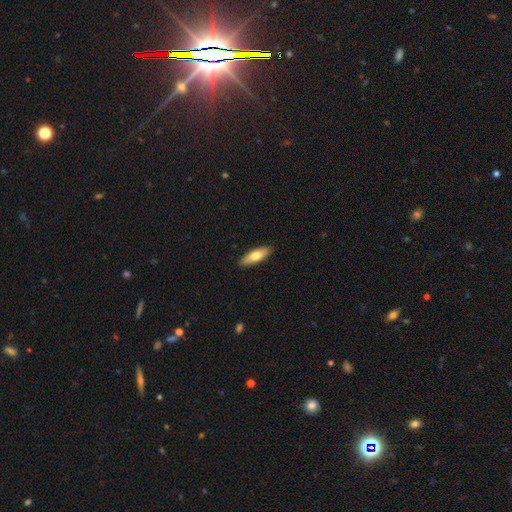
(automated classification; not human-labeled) Smooth or featured? Predicted: smooth (p=0.71). How rounded? Predicted: in between (p=0.50). Merging? Predicted: none (p=0.90).